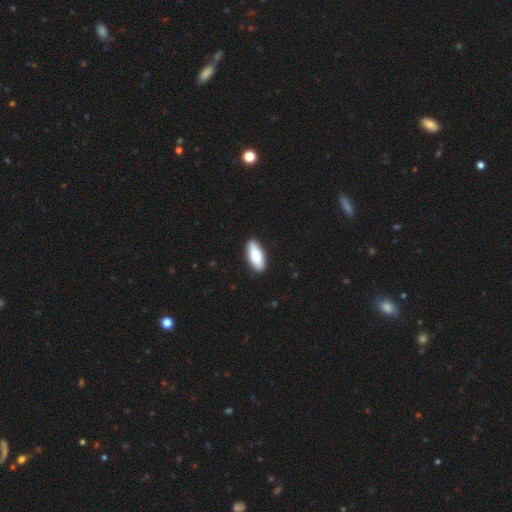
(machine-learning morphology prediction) type=smooth (77%); roundness=in between (81%); merging=none (91%).